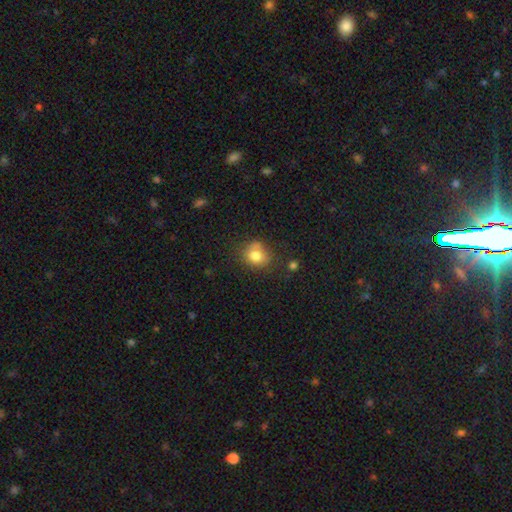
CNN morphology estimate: smooth 80%, star or artifact 10%, featured or disk 10%. Down the decision tree: how rounded — round (72%); merging — none (63%).